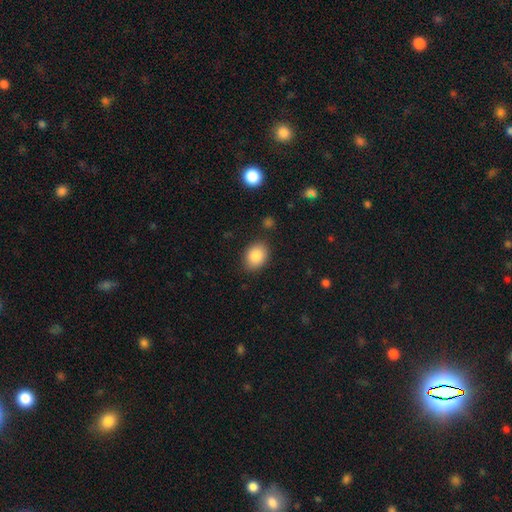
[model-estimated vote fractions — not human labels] Smooth or featured? smooth (86%)
How rounded? in between (69%)
Merging? none (83%)